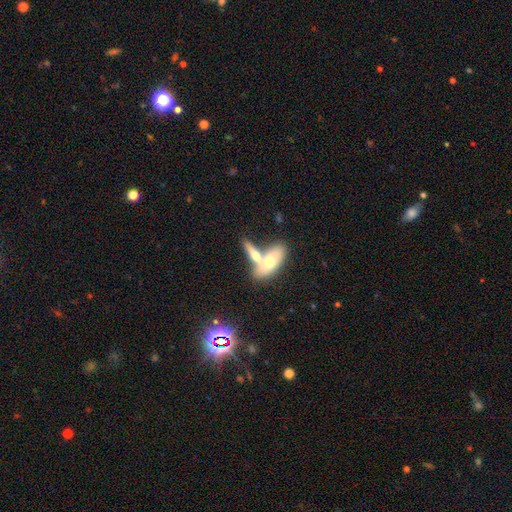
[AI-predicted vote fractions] A smooth galaxy with no disk features (57%) that is in between round and cigar-shaped (63%). Merging: merger (56%).